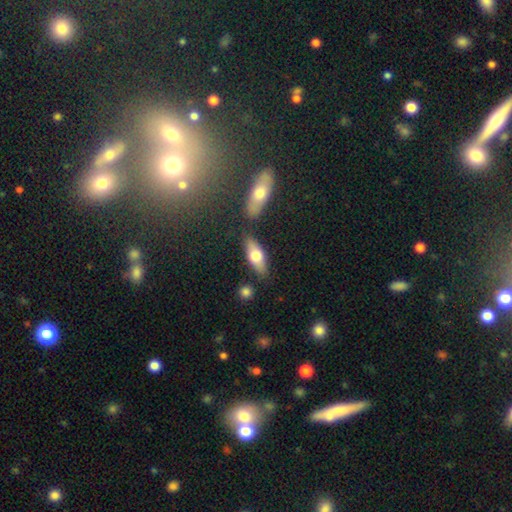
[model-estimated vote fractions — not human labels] Smooth or featured: smooth — 62% (featured or disk — 32%)
How rounded: in between — 72% (cigar-shaped — 24%)
Merging: none — 79% (minor disturbance — 11%)